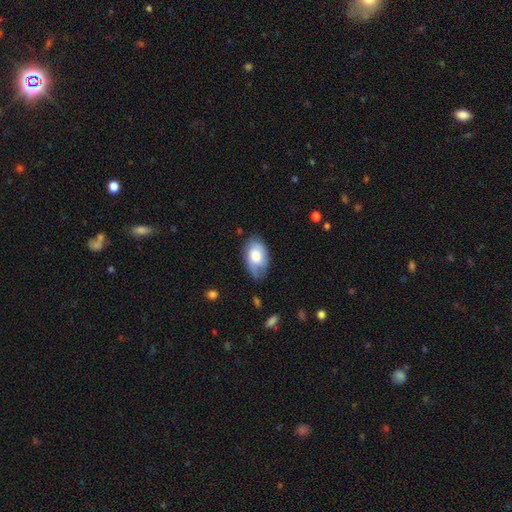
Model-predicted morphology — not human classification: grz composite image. It shows a smooth galaxy with no disk features (69%) that is in between round and cigar-shaped (92%). Merging: none (58%).